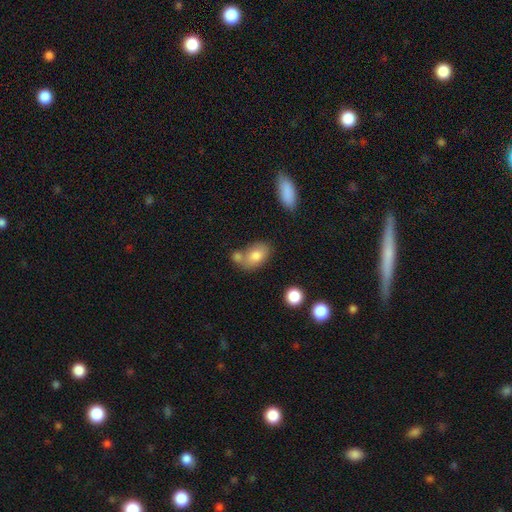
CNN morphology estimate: The model was most divided on "merging": none: 47%, merger: 33%, minor disturbance: 15%, major disturbance: 5%. More confident: how rounded — in between (85%); smooth or featured — smooth (78%).